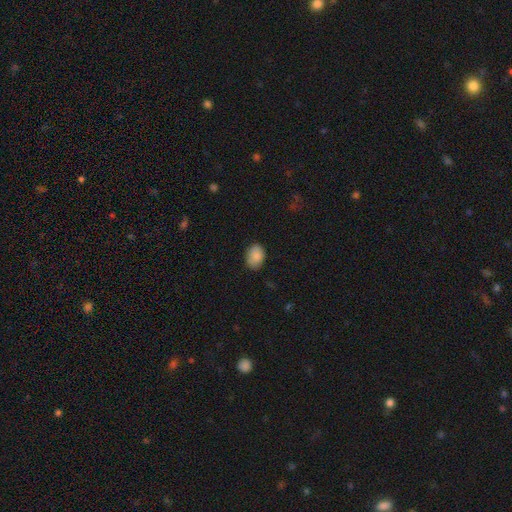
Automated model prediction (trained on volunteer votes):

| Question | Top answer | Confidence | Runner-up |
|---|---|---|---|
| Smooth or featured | smooth | 88% | star or artifact (7%) |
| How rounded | in between | 76% | round (23%) |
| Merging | none | 81% | minor disturbance (16%) |